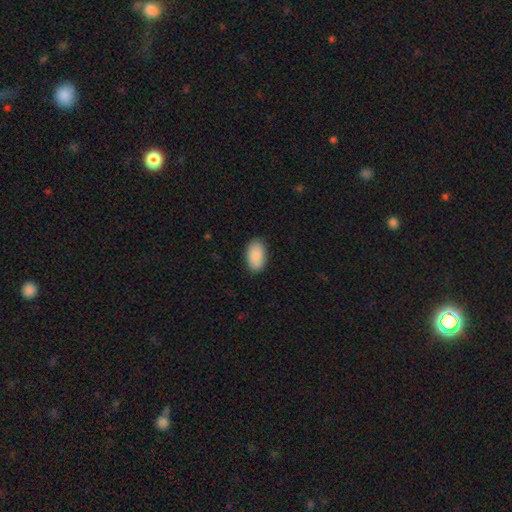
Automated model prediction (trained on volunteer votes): Smooth or featured? Predicted: smooth (p=0.88). How rounded? Predicted: in between (p=0.94). Merging? Predicted: none (p=0.87).